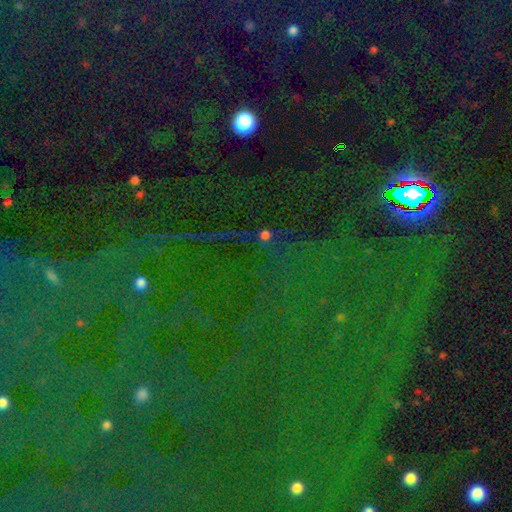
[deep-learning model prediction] star or artifact 83%, smooth 10%, featured or disk 7%.